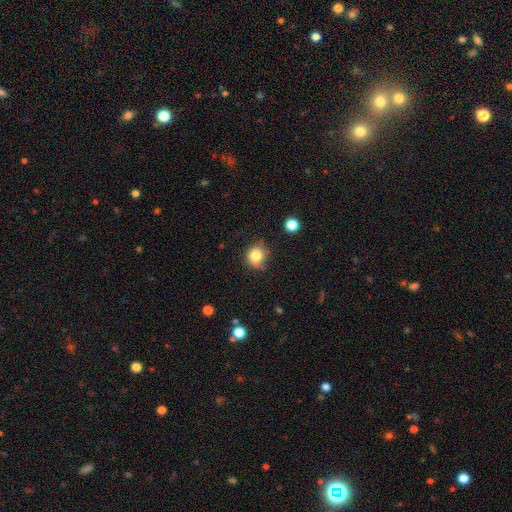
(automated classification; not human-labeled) Smooth or featured? smooth (80%)
How rounded? round (85%)
Merging? none (70%)